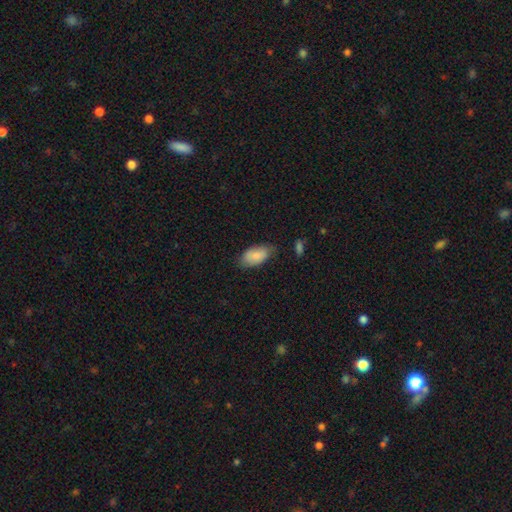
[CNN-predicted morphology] Smooth or featured: smooth — 83% (featured or disk — 10%)
How rounded: in between — 94% (round — 3%)
Merging: none — 71% (minor disturbance — 22%)